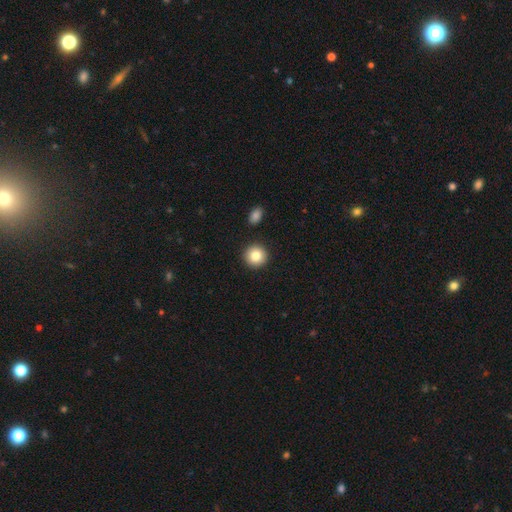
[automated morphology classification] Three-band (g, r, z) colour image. It shows a smooth galaxy with no disk features (84%) that is round (94%). Merging: none (90%).